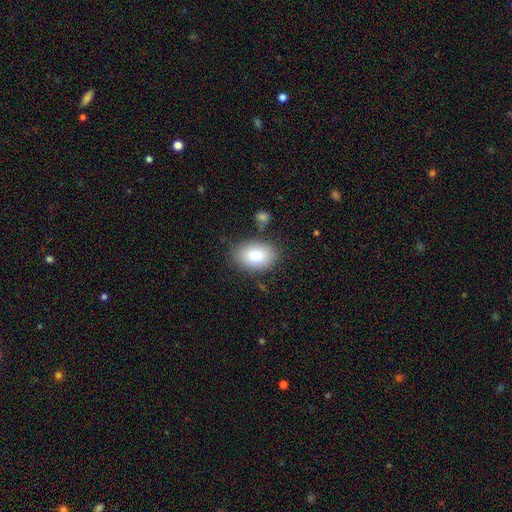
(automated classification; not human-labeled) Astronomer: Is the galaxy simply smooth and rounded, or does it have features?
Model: smooth — 81%.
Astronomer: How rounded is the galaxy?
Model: in between — 85%.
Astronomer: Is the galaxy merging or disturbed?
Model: none — 80%.